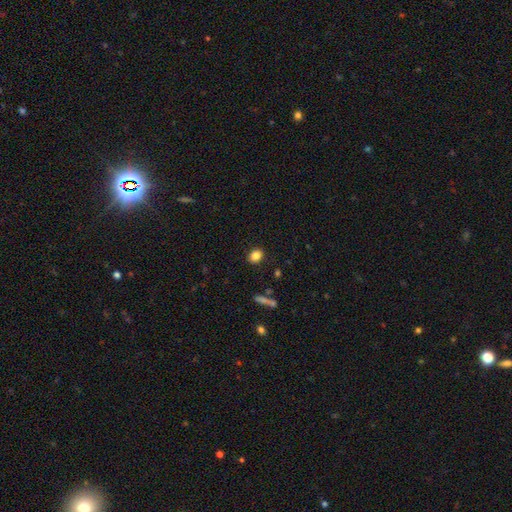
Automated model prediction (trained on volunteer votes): smooth_or_featured: smooth (p=0.84) [alt: star or artifact p=0.10]
how_rounded: in between (p=0.55) [alt: round p=0.43]
merging: none (p=0.88) [alt: minor disturbance p=0.08]